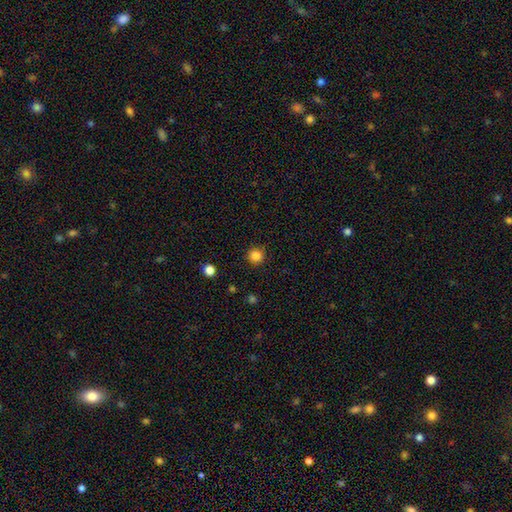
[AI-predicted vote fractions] Q: Smooth or featured?
A: smooth (85%); runner-up: star or artifact (12%)
Q: How rounded?
A: round (95%); runner-up: in between (4%)
Q: Merging?
A: none (90%); runner-up: minor disturbance (7%)